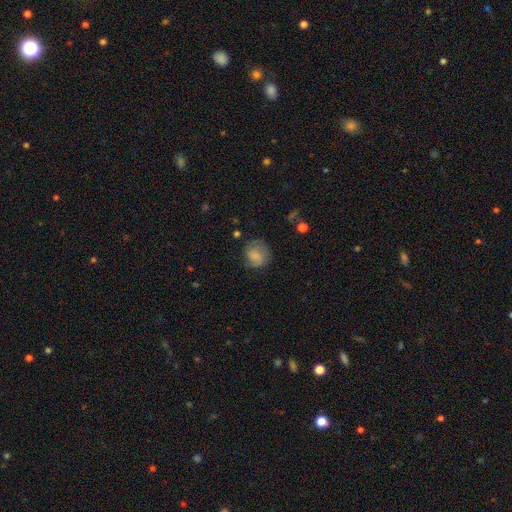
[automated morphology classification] Q: Smooth or featured?
A: smooth (67%); runner-up: featured or disk (24%)
Q: How rounded?
A: round (74%); runner-up: in between (25%)
Q: Merging?
A: none (61%); runner-up: minor disturbance (25%)